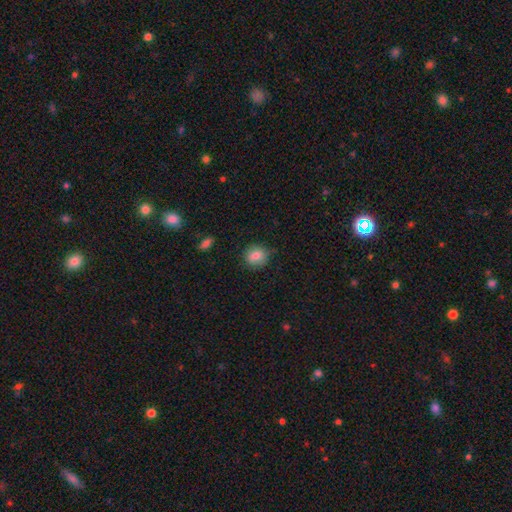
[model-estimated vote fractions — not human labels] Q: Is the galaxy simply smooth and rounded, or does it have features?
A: smooth — 82%.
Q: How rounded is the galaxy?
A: round — 85%.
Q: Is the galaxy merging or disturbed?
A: none — 83%.